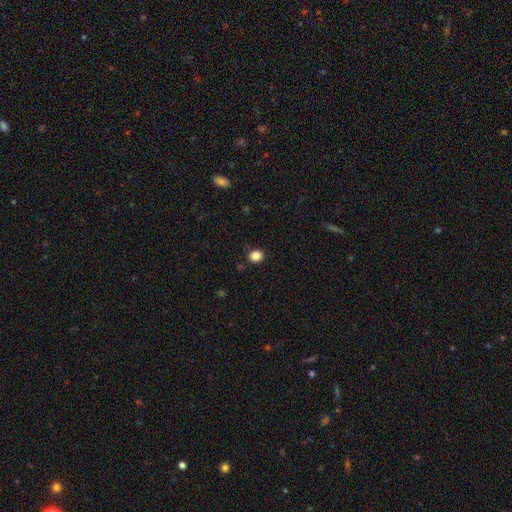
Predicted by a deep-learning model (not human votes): A smooth galaxy with no disk features (86%) that is round (72%).

Vote fractions:
- Smooth or featured? smooth: 86% / star or artifact: 11% / featured or disk: 3%
- How rounded? round: 72% / in between: 27% / cigar-shaped: 1%
- Merging? none: 88% / minor disturbance: 8% / major disturbance: 2% / merger: 2%